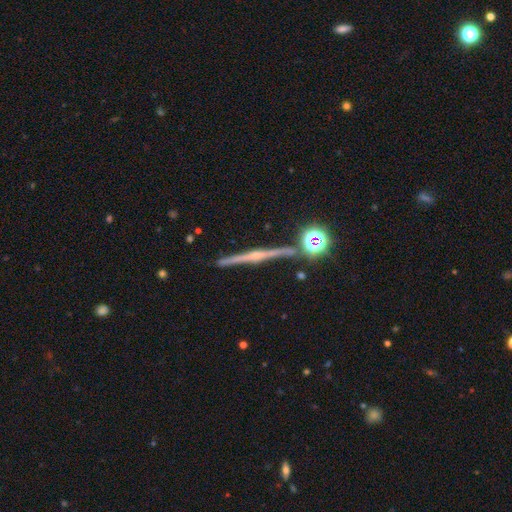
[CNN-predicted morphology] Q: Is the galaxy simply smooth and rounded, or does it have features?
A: featured or disk — 80%.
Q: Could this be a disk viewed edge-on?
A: yes — 98%.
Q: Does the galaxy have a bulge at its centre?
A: rounded — 72%.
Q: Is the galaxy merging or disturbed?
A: none — 87%.